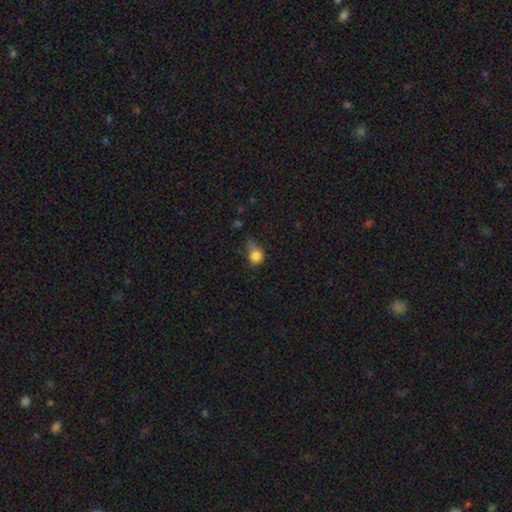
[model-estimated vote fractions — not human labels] smooth 82%, star or artifact 11%, featured or disk 7%. Down the decision tree: how rounded — round (73%); merging — none (38%).